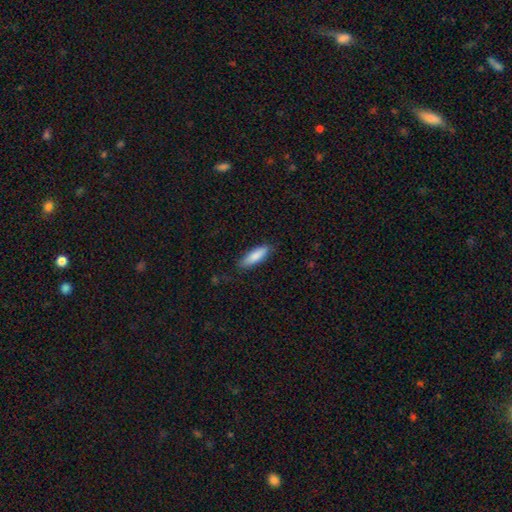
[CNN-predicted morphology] This is clearly a smooth galaxy (85%). How rounded: possibly in between (51%). Merging: clearly none (84%).